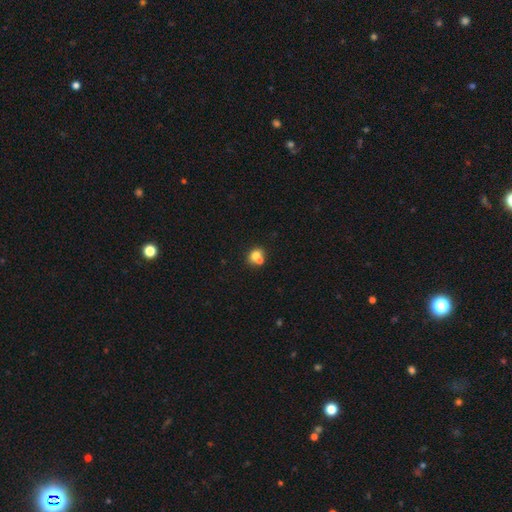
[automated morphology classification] The model was most divided on "merging": merger: 48%, none: 40%, minor disturbance: 9%, major disturbance: 3%. More confident: smooth or featured — smooth (73%); how rounded — round (69%).